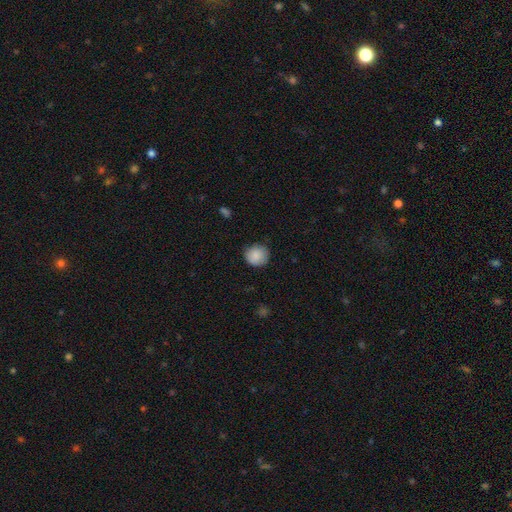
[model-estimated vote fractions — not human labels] The model was most divided on "merging": none: 78%, minor disturbance: 18%, major disturbance: 3%, merger: 1%. More confident: how rounded — round (90%); smooth or featured — smooth (86%).